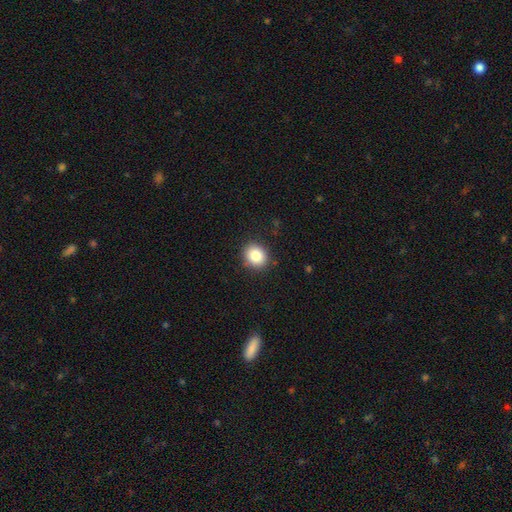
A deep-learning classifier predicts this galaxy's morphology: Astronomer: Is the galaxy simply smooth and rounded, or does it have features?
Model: smooth — 84%.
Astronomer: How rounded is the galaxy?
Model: round — 70%.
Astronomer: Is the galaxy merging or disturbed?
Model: none — 89%.